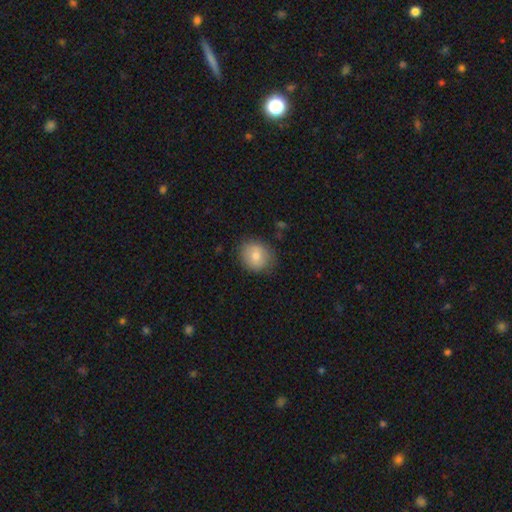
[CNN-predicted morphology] A smooth galaxy with no disk features (80%) that is round (71%).

Vote fractions:
- Smooth or featured? smooth: 80% / featured or disk: 12% / star or artifact: 8%
- How rounded? round: 71% / in between: 28% / cigar-shaped: 1%
- Merging? none: 81% / minor disturbance: 14% / major disturbance: 4% / merger: 1%